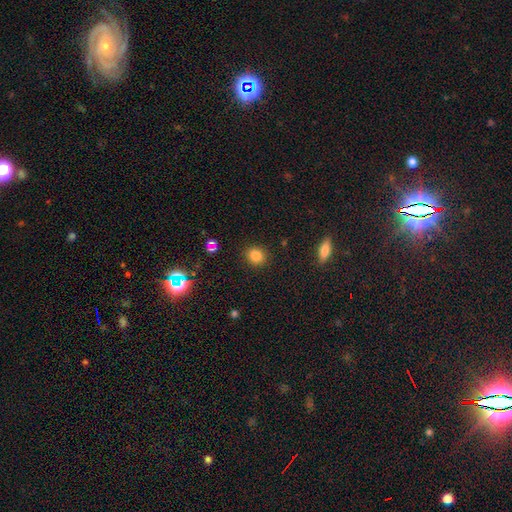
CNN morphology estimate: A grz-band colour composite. It shows a smooth galaxy with no disk features (82%) that is round (77%). Merging: none (89%).